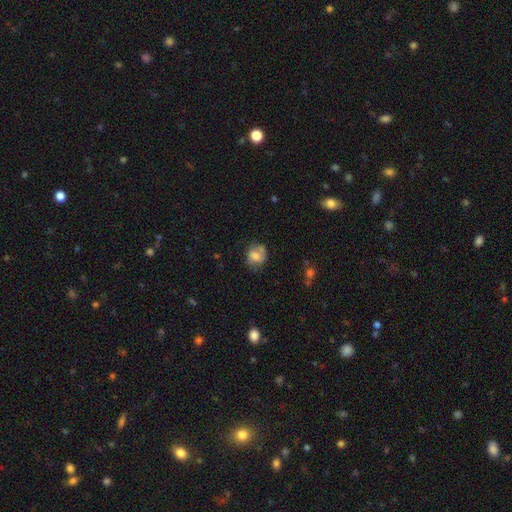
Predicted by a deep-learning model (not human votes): This is likely a smooth galaxy (63%). How rounded: likely round (66%). Merging: possibly none (54%).